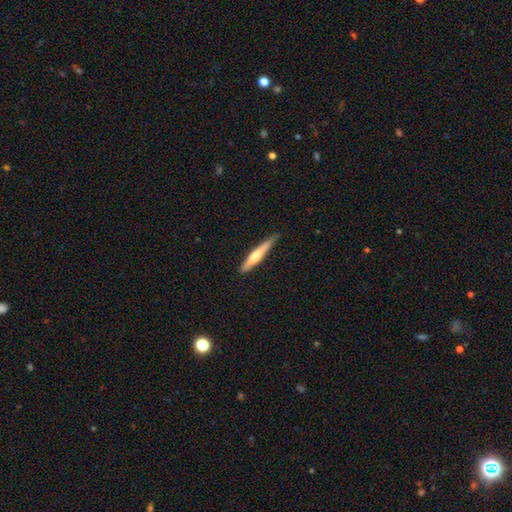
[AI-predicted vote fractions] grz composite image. It shows a smooth galaxy with no disk features (57%) that is cigar-shaped (94%). Merging: none (80%).